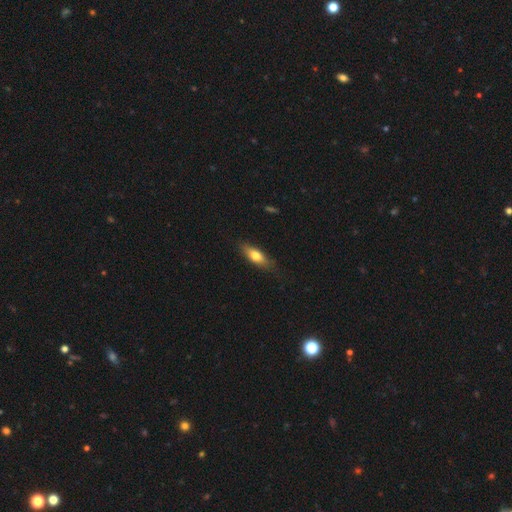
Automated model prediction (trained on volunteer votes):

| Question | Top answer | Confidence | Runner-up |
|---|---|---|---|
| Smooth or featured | smooth | 70% | featured or disk (24%) |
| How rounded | in between | 59% | cigar-shaped (38%) |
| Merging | none | 79% | minor disturbance (17%) |